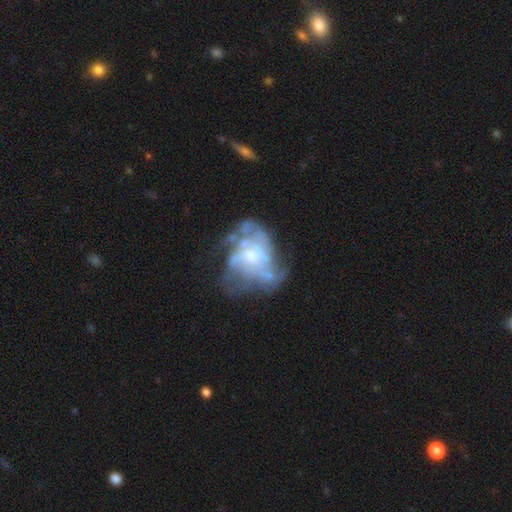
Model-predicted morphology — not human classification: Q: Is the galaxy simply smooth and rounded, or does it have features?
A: featured or disk — 79%.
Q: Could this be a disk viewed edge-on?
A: no — 97%.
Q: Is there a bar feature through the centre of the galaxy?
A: no — 70%.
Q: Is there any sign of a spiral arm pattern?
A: yes — 74%.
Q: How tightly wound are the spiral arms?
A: medium — 42%.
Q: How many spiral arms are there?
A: can't tell — 42%.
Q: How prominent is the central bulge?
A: small — 48%.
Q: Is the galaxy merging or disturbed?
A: none — 45%.